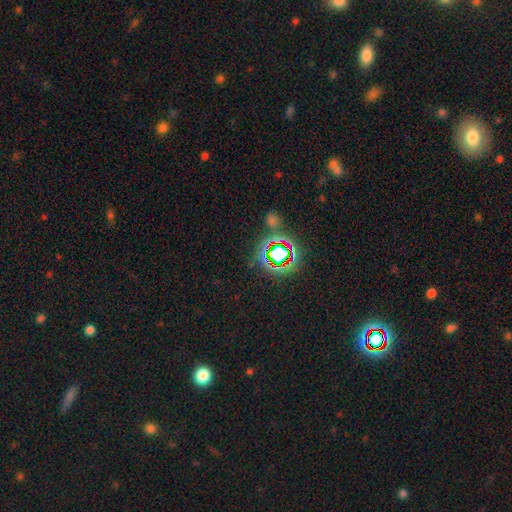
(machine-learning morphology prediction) Smooth or featured? star or artifact (70%)